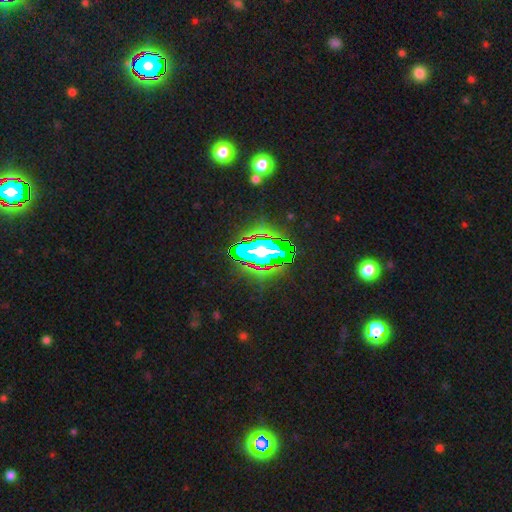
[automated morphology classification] This is likely a star or artifact rather than a galaxy (69%).